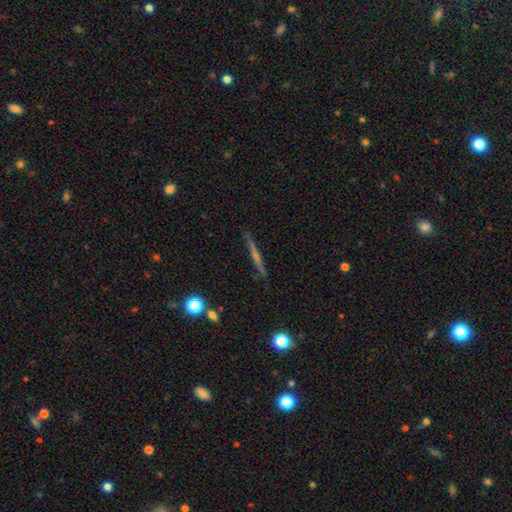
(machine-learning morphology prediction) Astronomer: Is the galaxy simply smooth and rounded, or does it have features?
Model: featured or disk — 61%.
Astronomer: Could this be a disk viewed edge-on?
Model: yes — 97%.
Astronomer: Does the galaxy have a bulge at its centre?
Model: none — 53% (runner-up: rounded, 39%).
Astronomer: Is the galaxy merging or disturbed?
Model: none — 91%.